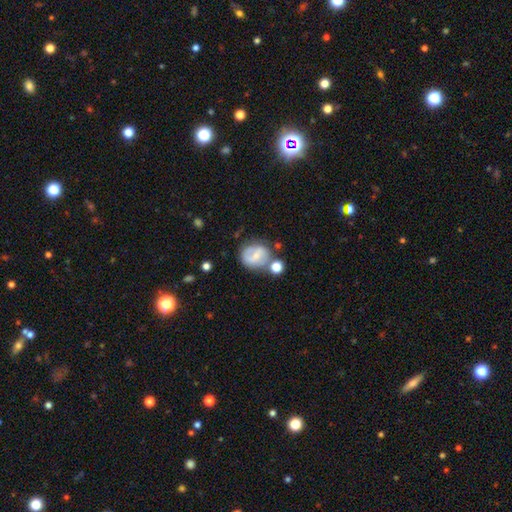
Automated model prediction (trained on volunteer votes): smooth_or_featured: featured or disk (p=0.50) [alt: smooth p=0.42]
merging: none (p=0.55) [alt: minor disturbance p=0.21]